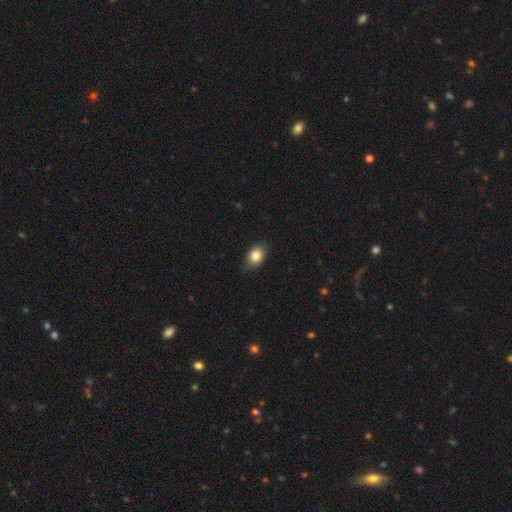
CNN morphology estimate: The model was most divided on "how rounded": in between: 77%, round: 22%, cigar-shaped: 2%. More confident: smooth or featured — smooth (83%); merging — none (79%).